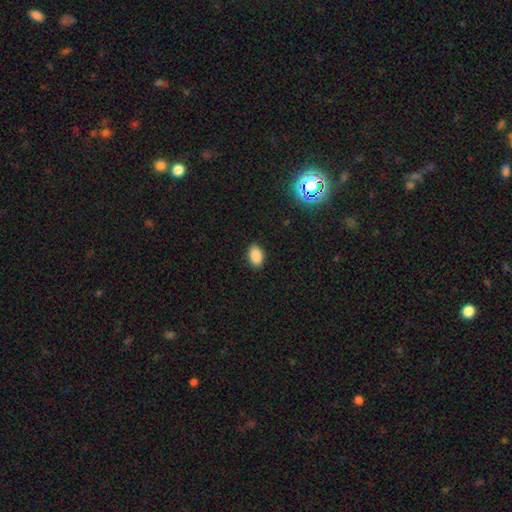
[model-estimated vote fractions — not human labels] smooth 88%, star or artifact 9%, featured or disk 3%. Down the decision tree: how rounded — in between (89%); merging — none (89%).